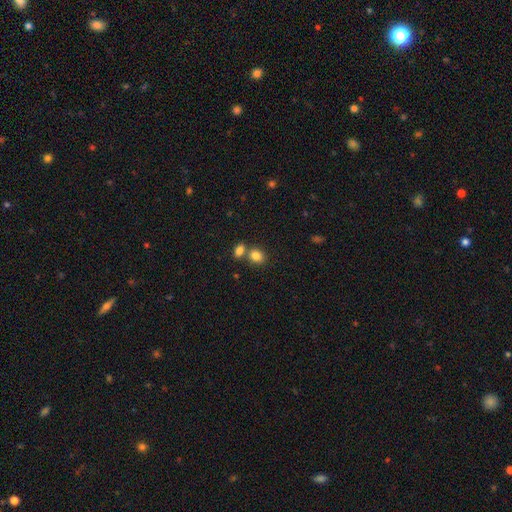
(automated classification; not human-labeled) smooth 84%, star or artifact 10%, featured or disk 7%. Down the decision tree: how rounded — in between (53%); merging — none (51%).